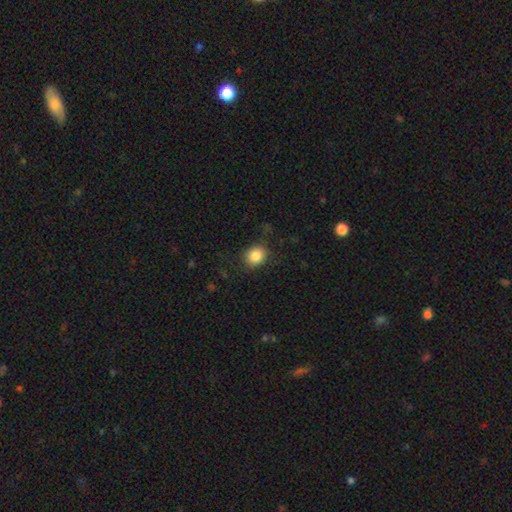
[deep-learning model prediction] This appears to be a smooth galaxy with no disk features (86%) that is round (65%). Merging: none (82%).